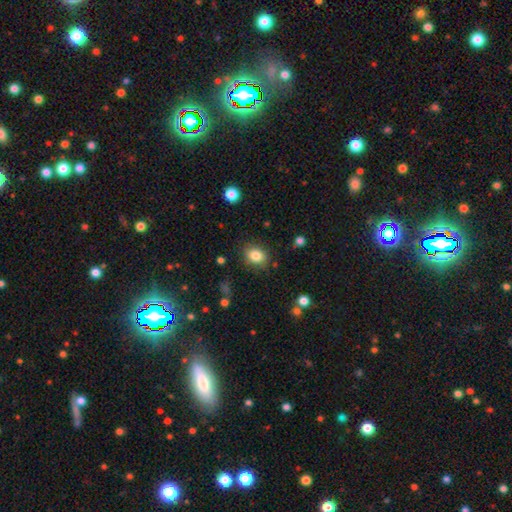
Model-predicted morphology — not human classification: smooth-or-featured: smooth: 84% | star or artifact: 9% | featured or disk: 7%
  how-rounded: in between: 61% | round: 38% | cigar-shaped: 1%
  merging: none: 84% | minor disturbance: 11% | major disturbance: 3% | merger: 2%